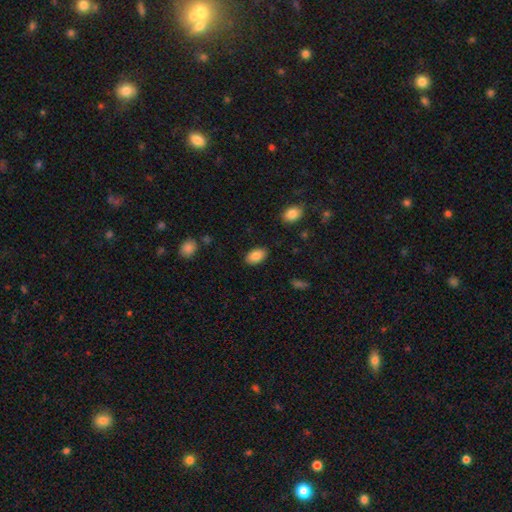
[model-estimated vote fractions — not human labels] This is clearly a smooth galaxy (87%). How rounded: clearly in between (93%). Merging: clearly none (86%).